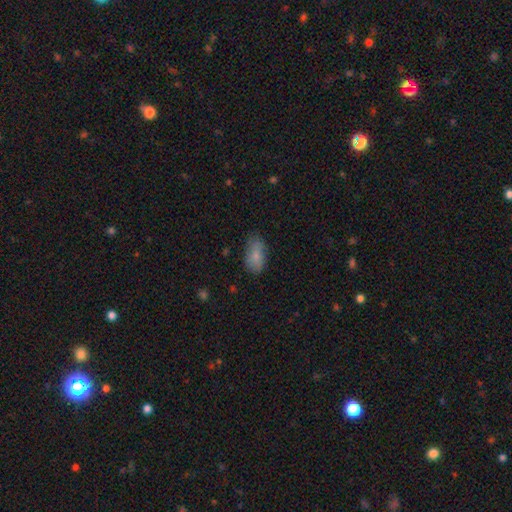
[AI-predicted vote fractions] smooth 82%, featured or disk 11%, star or artifact 7%. Down the decision tree: how rounded — in between (92%); merging — none (69%).